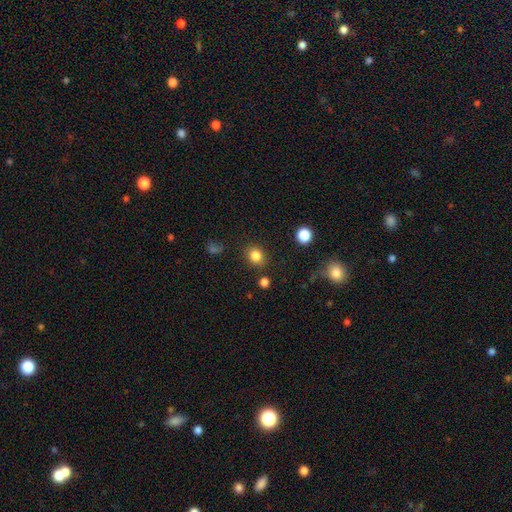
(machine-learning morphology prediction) smooth-or-featured: smooth: 83% | star or artifact: 12% | featured or disk: 5%
  how-rounded: round: 66% | in between: 33% | cigar-shaped: 1%
  merging: none: 83% | minor disturbance: 10% | major disturbance: 3% | merger: 3%